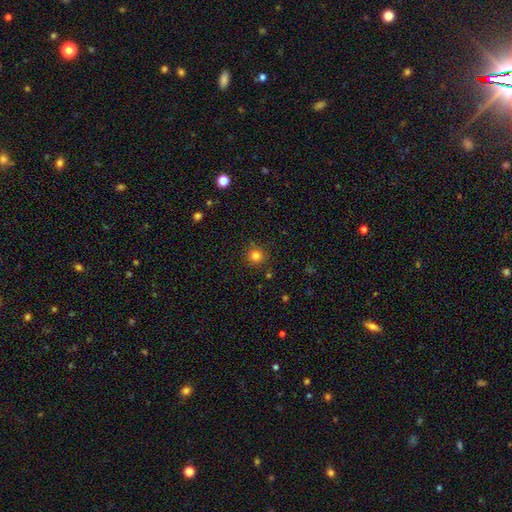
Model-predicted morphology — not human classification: type=smooth (81%); roundness=round (93%); merging=none (88%).